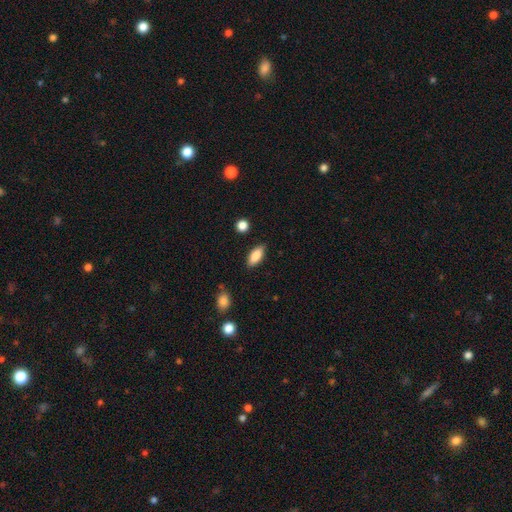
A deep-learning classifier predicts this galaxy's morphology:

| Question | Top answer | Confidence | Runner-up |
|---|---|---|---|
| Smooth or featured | smooth | 84% | featured or disk (9%) |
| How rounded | in between | 81% | cigar-shaped (17%) |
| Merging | none | 86% | minor disturbance (10%) |